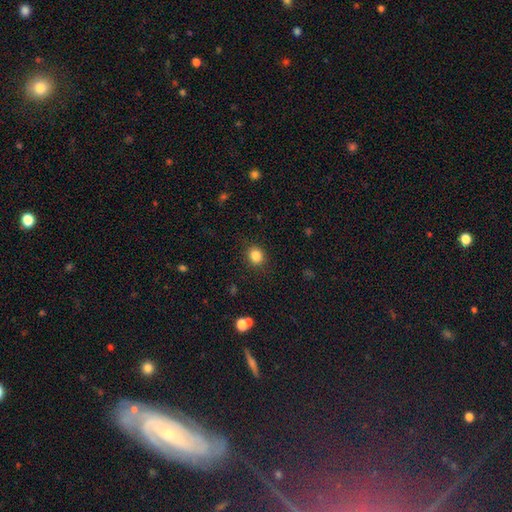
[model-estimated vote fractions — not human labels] Overall: smooth (84%). How rounded: round (75%). Merging: none (88%).